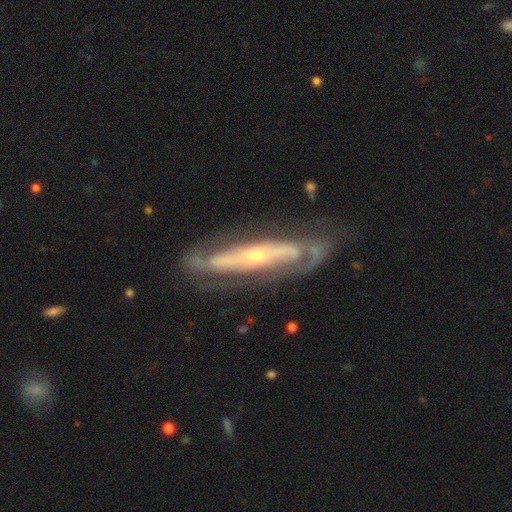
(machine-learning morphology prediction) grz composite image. It shows a featured or disk galaxy (84%) with no bar (45%), 2 (69%) tight (47%) spiral arms (85%) and a small central bulge (53%). Merging: none (71%).